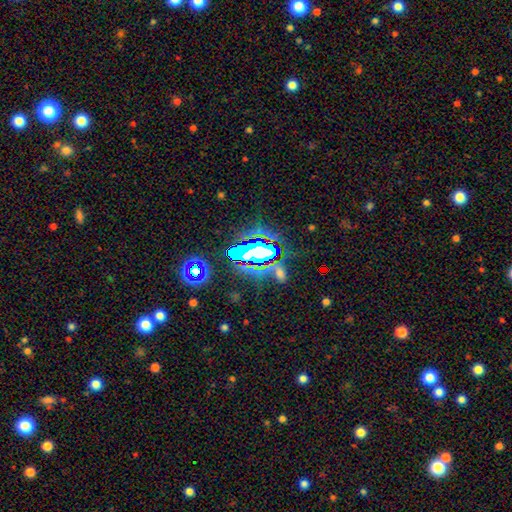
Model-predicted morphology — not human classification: star or artifact 67%, smooth 17%, featured or disk 16%.